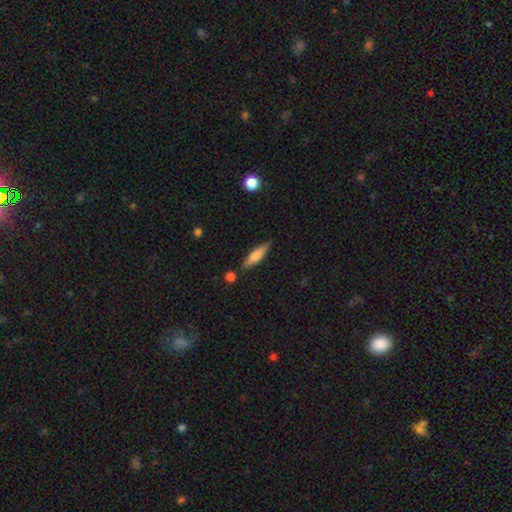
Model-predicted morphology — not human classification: smooth_or_featured: smooth (p=0.57) [alt: featured or disk p=0.36]
how_rounded: cigar-shaped (p=0.71) [alt: in between p=0.27]
merging: none (p=0.82) [alt: minor disturbance p=0.11]